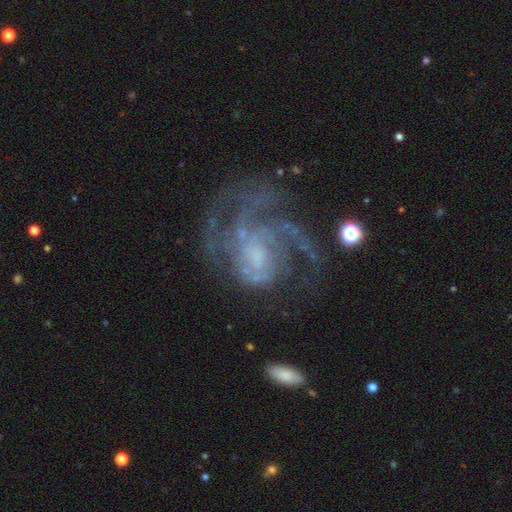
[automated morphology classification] Overall: featured or disk (83%). Edge-on disk: no (98%). Bar: no (66%; weak 29%). Spiral arms: yes (89%). Spiral arm count: can't tell (31%; 3 21%). Spiral winding: medium (43%; tight 34%). Bulge size: small (36%; none 33%). Merging: none (45%; major disturbance 34%).